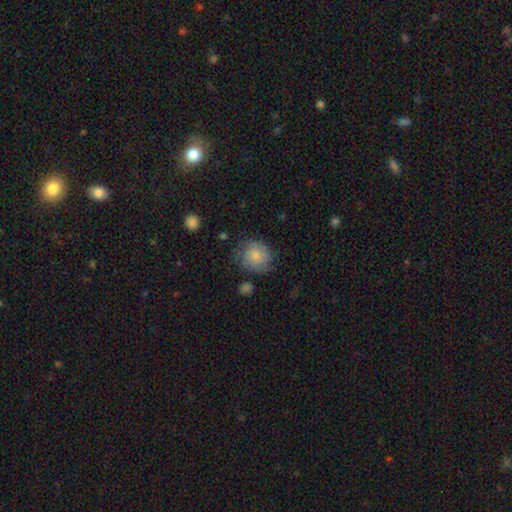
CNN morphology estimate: The model was most divided on "merging": none: 64%, minor disturbance: 24%, major disturbance: 10%, merger: 3%. More confident: how rounded — round (82%); smooth or featured — smooth (77%).